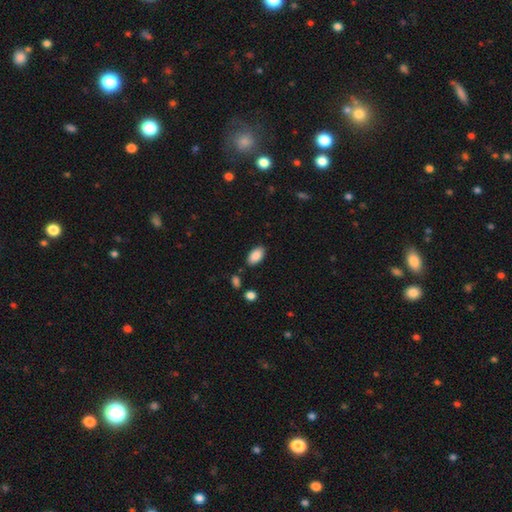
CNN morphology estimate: Q: Smooth or featured?
A: smooth (89%); runner-up: star or artifact (7%)
Q: How rounded?
A: in between (94%); runner-up: round (3%)
Q: Merging?
A: none (85%); runner-up: minor disturbance (10%)